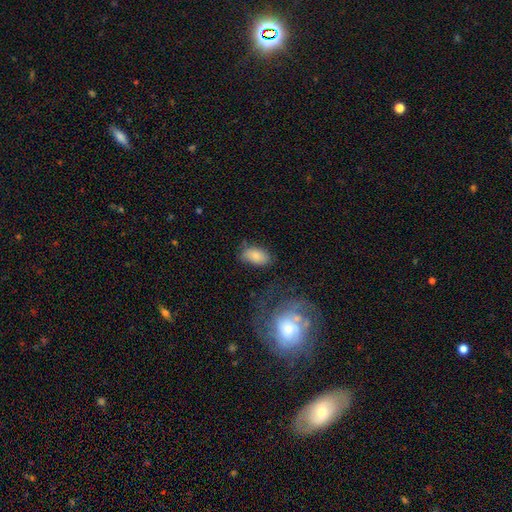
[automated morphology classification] Smooth or featured? Predicted: smooth (p=0.80). How rounded? Predicted: in between (p=0.93). Merging? Predicted: none (p=0.68).